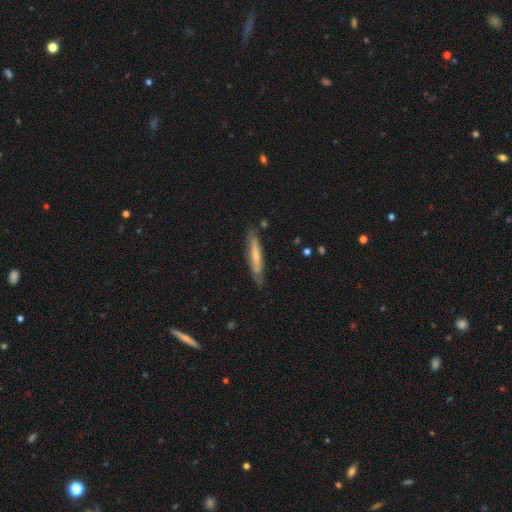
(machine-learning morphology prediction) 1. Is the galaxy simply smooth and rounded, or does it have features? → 48% featured or disk, 46% smooth, 6% star or artifact.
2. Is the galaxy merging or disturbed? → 74% none, 20% minor disturbance, 4% major disturbance, 2% merger.